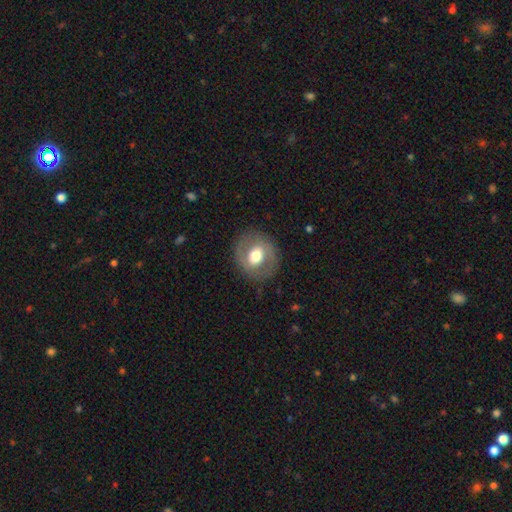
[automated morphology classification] Smooth or featured? featured or disk (48%)
Merging? none (83%)